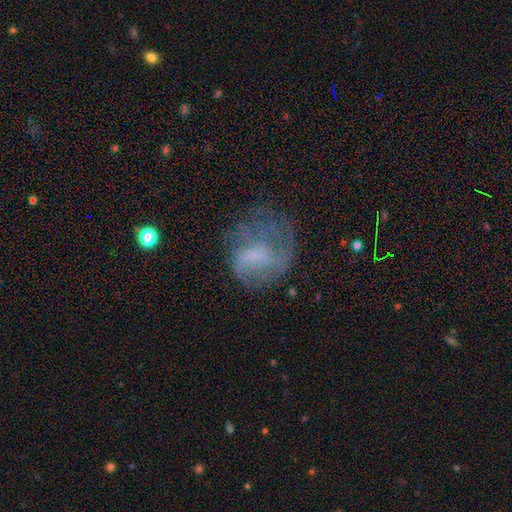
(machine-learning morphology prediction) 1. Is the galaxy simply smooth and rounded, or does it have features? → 52% featured or disk, 34% smooth, 13% star or artifact.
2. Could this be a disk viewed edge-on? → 97% no, 3% yes.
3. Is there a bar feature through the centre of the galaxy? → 56% no, 36% weak, 8% strong.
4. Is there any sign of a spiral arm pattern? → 55% yes, 45% no.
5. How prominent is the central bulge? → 43% none, 30% small, 21% moderate, 5% large, 1% dominant.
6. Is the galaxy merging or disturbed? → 44% none, 32% major disturbance, 22% minor disturbance, 2% merger.